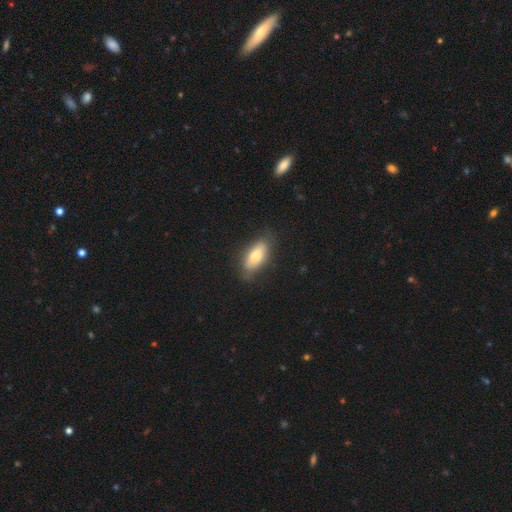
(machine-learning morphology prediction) Smooth or featured? Predicted: smooth (p=0.75). How rounded? Predicted: in between (p=0.81). Merging? Predicted: none (p=0.80).